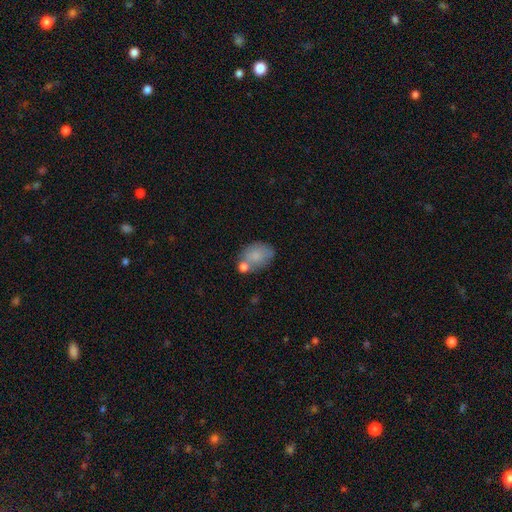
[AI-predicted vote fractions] Morphology: type=smooth (77%); roundness=in between (79%); merging=none (48%).